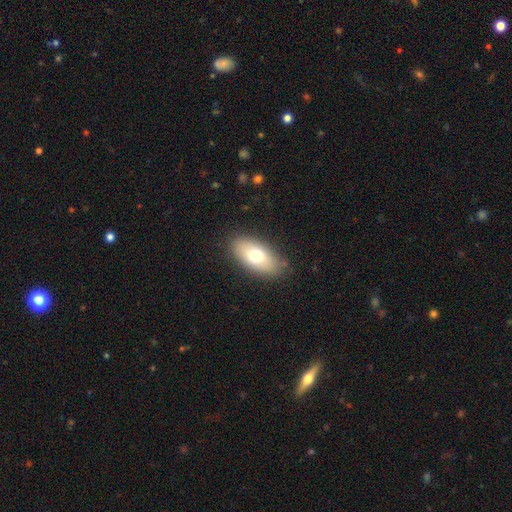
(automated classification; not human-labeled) Overall: smooth (71%). How rounded: in between (91%). Merging: none (84%).